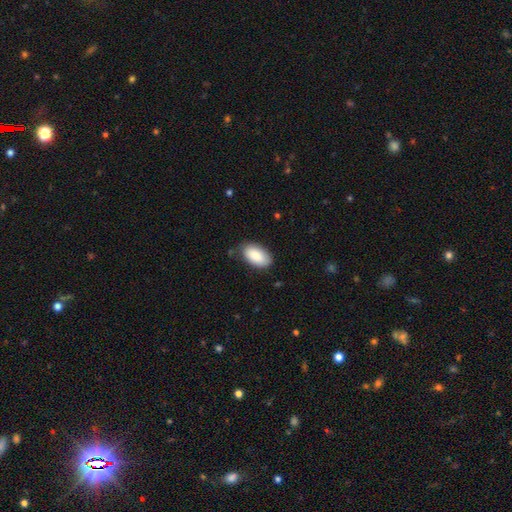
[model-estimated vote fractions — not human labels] A smooth galaxy with no disk features (89%) that is in between round and cigar-shaped (95%).

Vote fractions:
- Smooth or featured? smooth: 89% / star or artifact: 6% / featured or disk: 5%
- How rounded? in between: 95% / round: 3% / cigar-shaped: 2%
- Merging? none: 80% / minor disturbance: 15% / major disturbance: 3% / merger: 1%